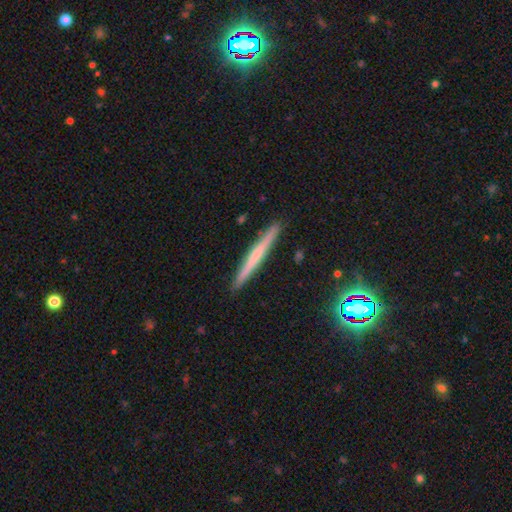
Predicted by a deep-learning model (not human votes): A featured or disk galaxy (48%).

Vote fractions:
- Smooth or featured? featured or disk: 48% / smooth: 44% / star or artifact: 8%
- Merging? none: 92% / minor disturbance: 5% / major disturbance: 1% / merger: 1%